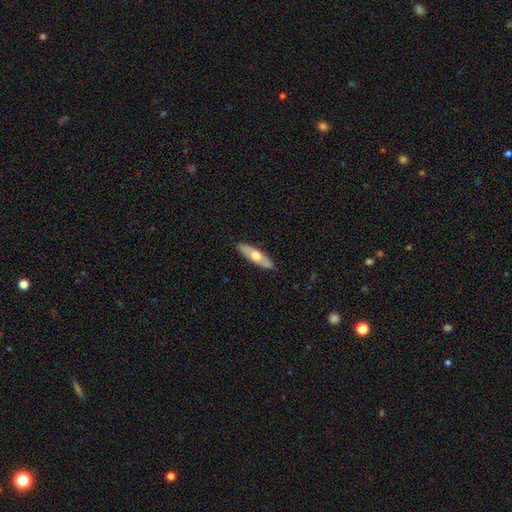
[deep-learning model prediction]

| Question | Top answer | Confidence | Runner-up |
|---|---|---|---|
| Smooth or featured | smooth | 53% | featured or disk (42%) |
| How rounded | cigar-shaped | 53% | in between (45%) |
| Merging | none | 88% | minor disturbance (9%) |